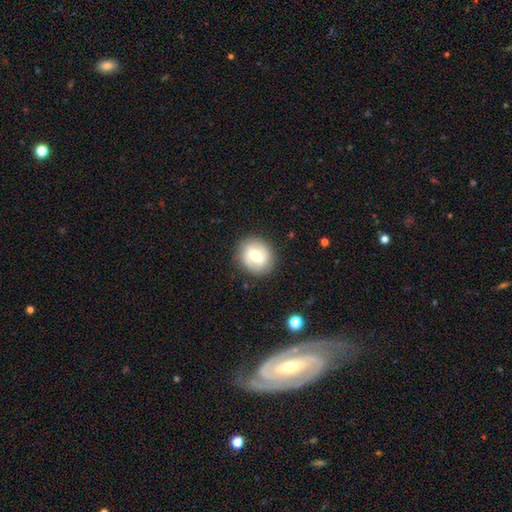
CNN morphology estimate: type=featured or disk (49%); merging=none (85%).